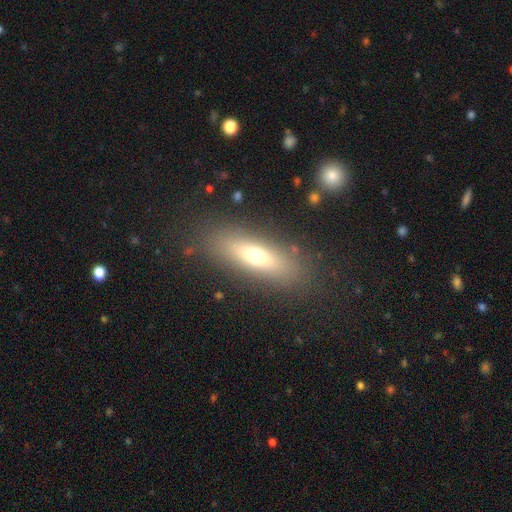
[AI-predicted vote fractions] smooth 60%, featured or disk 31%, star or artifact 9%. Down the decision tree: how rounded — cigar-shaped (56%); merging — none (84%).